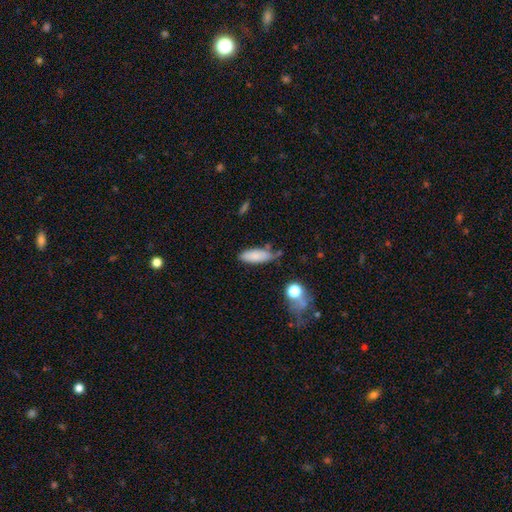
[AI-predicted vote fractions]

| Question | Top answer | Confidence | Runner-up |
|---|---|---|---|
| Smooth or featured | smooth | 83% | featured or disk (10%) |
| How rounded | in between | 69% | cigar-shaped (29%) |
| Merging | none | 57% | minor disturbance (27%) |